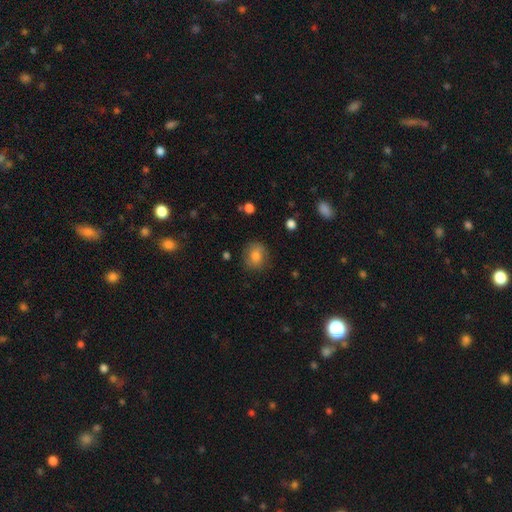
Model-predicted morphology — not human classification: A smooth galaxy with no disk features (79%) that is round (69%). Merging: none (80%).